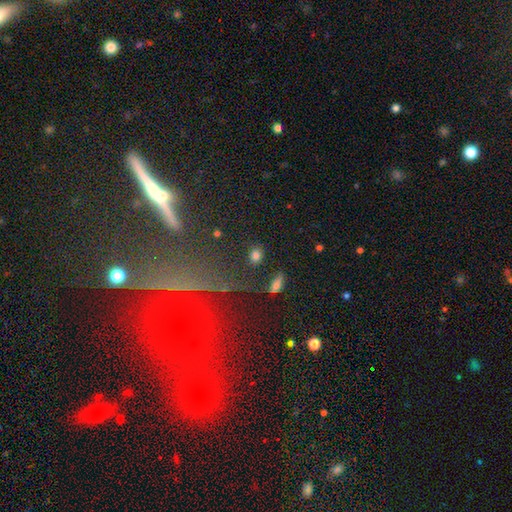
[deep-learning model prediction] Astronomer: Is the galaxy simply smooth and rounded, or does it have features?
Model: smooth — 80%.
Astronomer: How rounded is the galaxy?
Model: round — 52% (runner-up: in between, 44%).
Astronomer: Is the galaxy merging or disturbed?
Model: none — 81%.